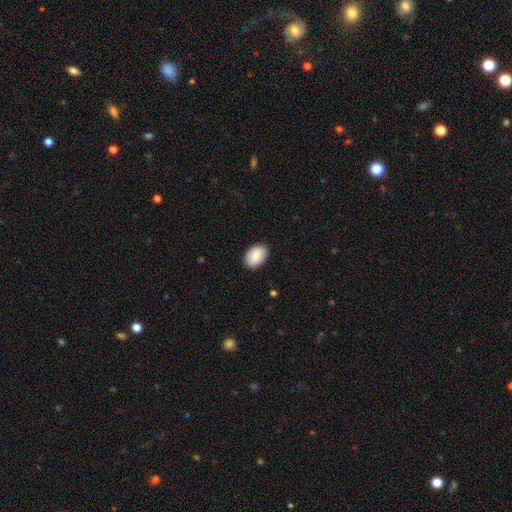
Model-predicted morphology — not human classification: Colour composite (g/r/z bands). It shows a smooth galaxy with no disk features (85%) that is in between round and cigar-shaped (84%). Merging: none (86%).